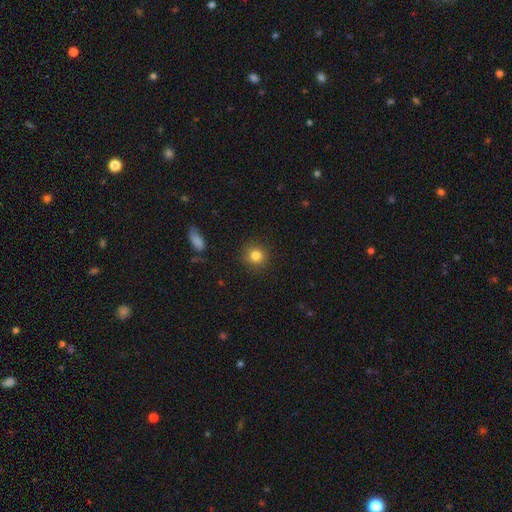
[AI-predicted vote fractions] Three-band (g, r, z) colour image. It shows a smooth galaxy with no disk features (82%) that is round (90%). Merging: none (88%).